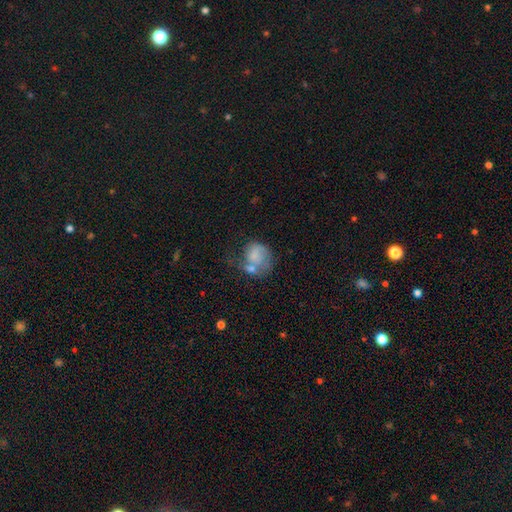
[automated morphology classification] Q: Smooth or featured?
A: smooth (62%); runner-up: featured or disk (29%)
Q: How rounded?
A: round (55%); runner-up: in between (44%)
Q: Merging?
A: merger (30%); runner-up: major disturbance (28%)